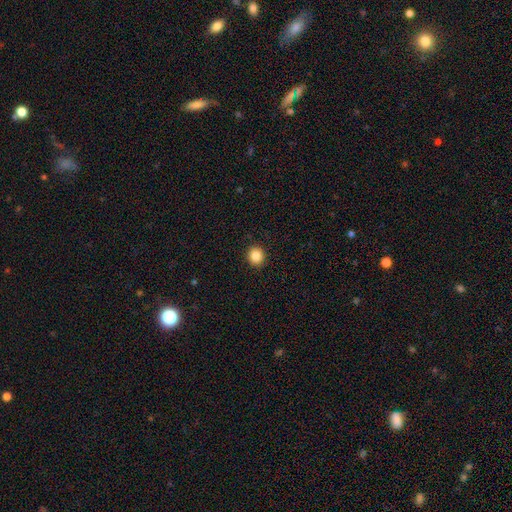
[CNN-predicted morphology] smooth_or_featured: smooth (p=0.86) [alt: star or artifact p=0.10]
how_rounded: round (p=0.84) [alt: in between p=0.15]
merging: none (p=0.92) [alt: minor disturbance p=0.05]